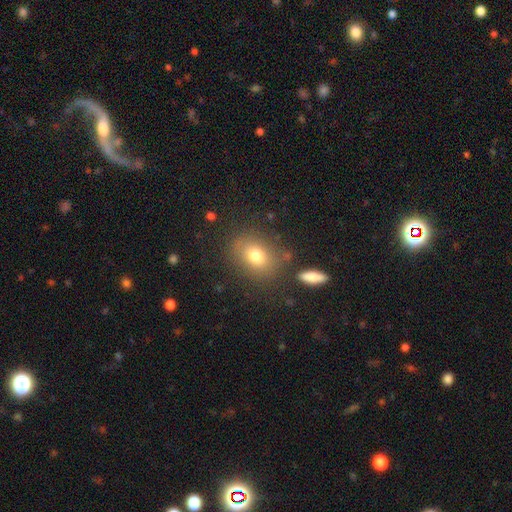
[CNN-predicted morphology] Smooth or featured? smooth (76%)
How rounded? in between (62%)
Merging? none (77%)